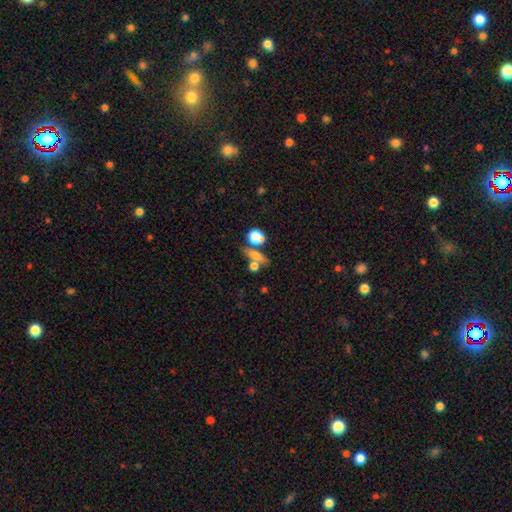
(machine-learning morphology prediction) This appears to be a smooth galaxy with no disk features (63%) that is in between round and cigar-shaped (45%). Merging: none (46%).